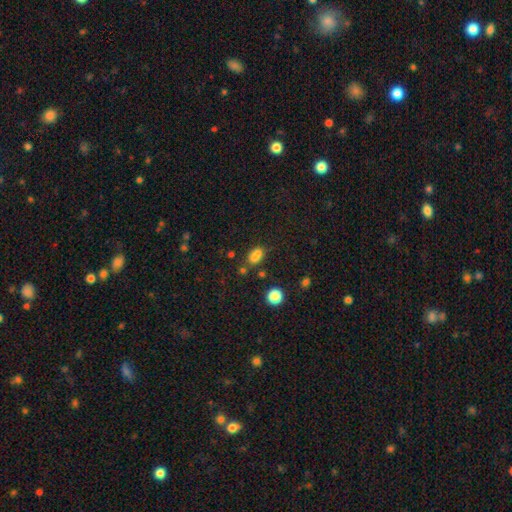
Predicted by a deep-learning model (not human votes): smooth_or_featured: smooth (p=0.78) [alt: star or artifact p=0.16]
how_rounded: in between (p=0.79) [alt: round p=0.17]
merging: none (p=0.61) [alt: minor disturbance p=0.18]